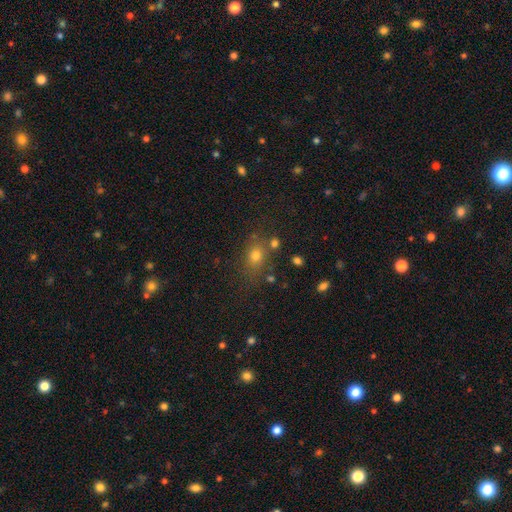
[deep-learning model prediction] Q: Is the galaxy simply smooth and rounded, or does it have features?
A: smooth — 69%.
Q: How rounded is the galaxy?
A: round — 52%.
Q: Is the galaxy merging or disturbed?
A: none — 72%.